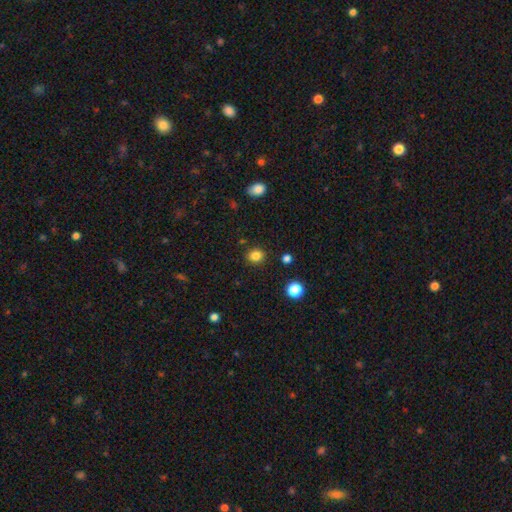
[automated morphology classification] Smooth or featured: smooth — 83% (star or artifact — 12%)
How rounded: round — 78% (in between — 21%)
Merging: none — 88% (minor disturbance — 7%)